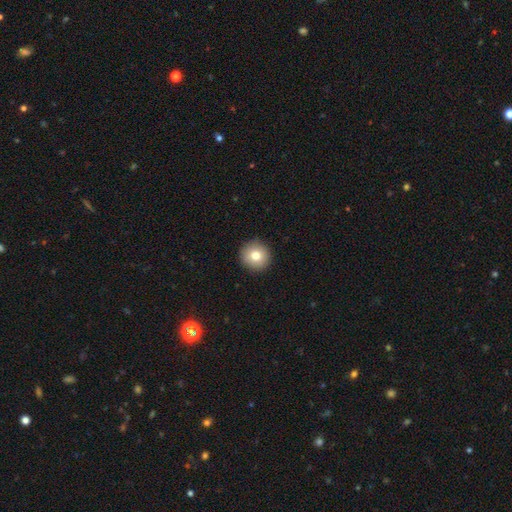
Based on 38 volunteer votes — smooth_or_featured: smooth (p=0.84) [alt: featured or disk p=0.08]
how_rounded: round (p=0.97) [alt: in between p=0.03]
merging: none (p=0.89) [alt: minor disturbance p=0.09]